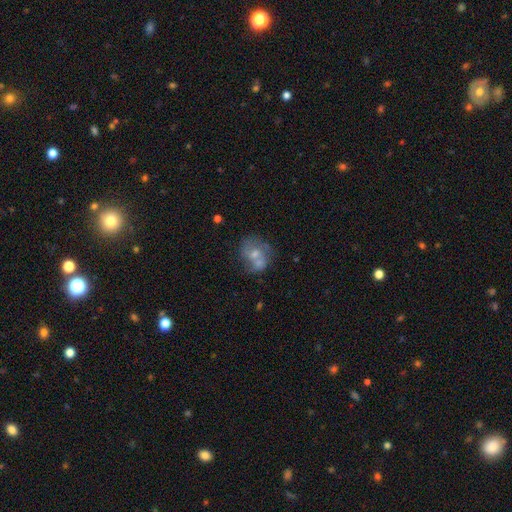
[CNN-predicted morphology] A featured or disk galaxy (50%). Merging: merger (39%).